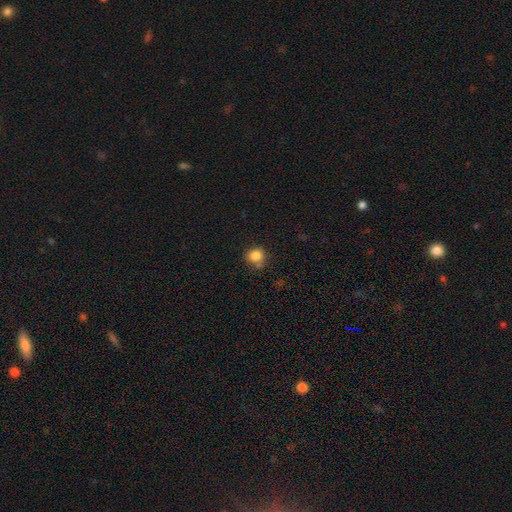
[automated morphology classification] Smooth or featured? smooth (84%)
How rounded? round (82%)
Merging? none (73%)